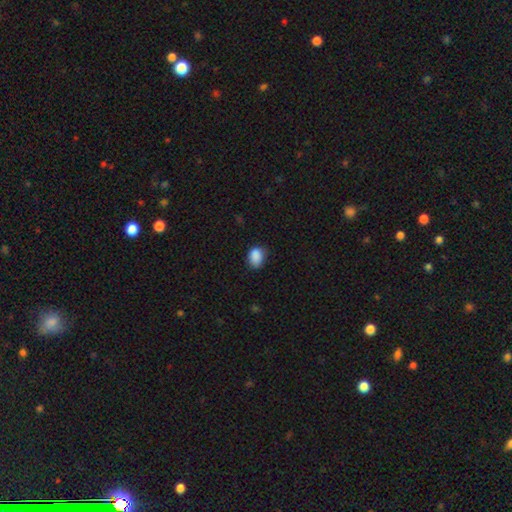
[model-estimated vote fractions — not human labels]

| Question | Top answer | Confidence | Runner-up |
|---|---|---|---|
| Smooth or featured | smooth | 88% | star or artifact (9%) |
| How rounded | in between | 69% | round (29%) |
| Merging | none | 70% | minor disturbance (24%) |